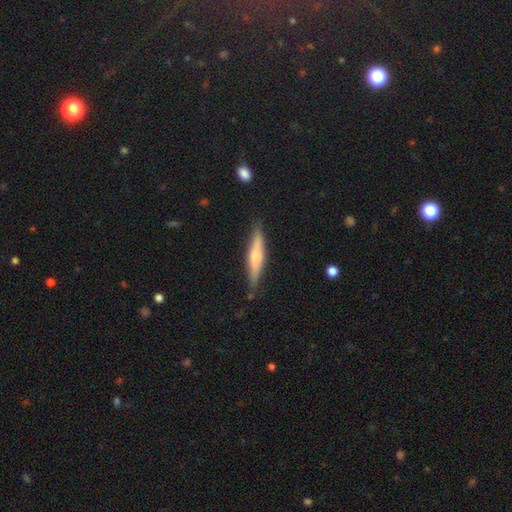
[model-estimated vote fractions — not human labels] A smooth galaxy with no disk features (49%). Merging: none (81%).